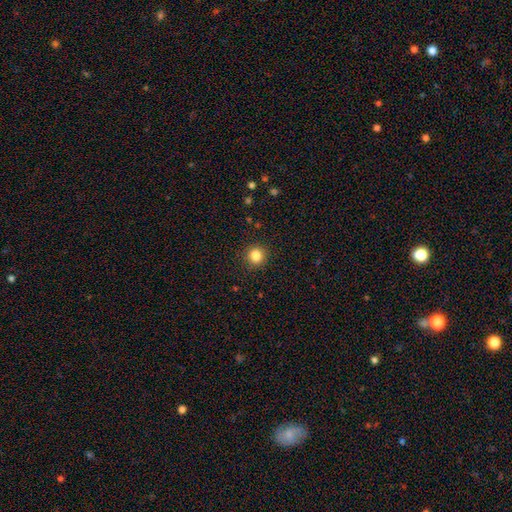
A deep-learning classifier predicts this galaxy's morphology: A smooth galaxy with no disk features (84%) that is round (93%).

Vote fractions:
- Smooth or featured? smooth: 84% / star or artifact: 11% / featured or disk: 5%
- How rounded? round: 93% / in between: 6% / cigar-shaped: 1%
- Merging? none: 92% / minor disturbance: 5% / major disturbance: 2% / merger: 1%